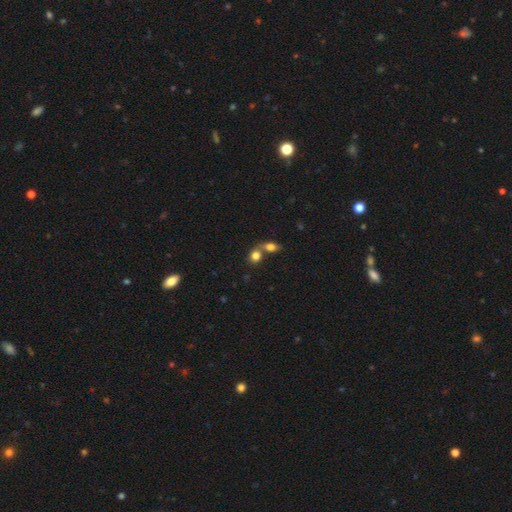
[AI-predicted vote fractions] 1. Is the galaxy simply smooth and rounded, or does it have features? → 81% smooth, 10% star or artifact, 9% featured or disk.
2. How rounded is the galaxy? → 58% round, 41% in between, 2% cigar-shaped.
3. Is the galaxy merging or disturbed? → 55% merger, 35% none, 7% minor disturbance, 3% major disturbance.